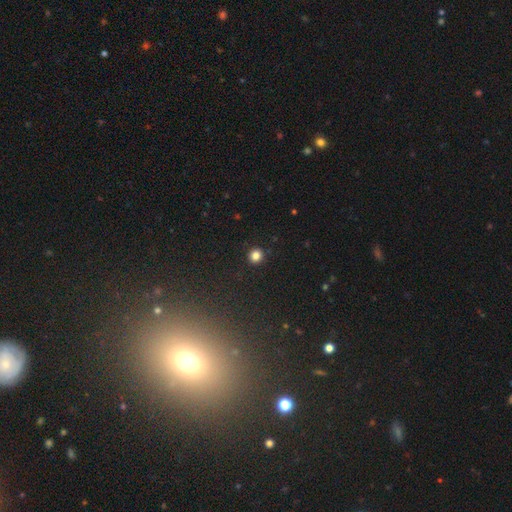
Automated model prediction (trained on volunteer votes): This appears to be a smooth galaxy with no disk features (83%) that is round (94%). Merging: none (93%).